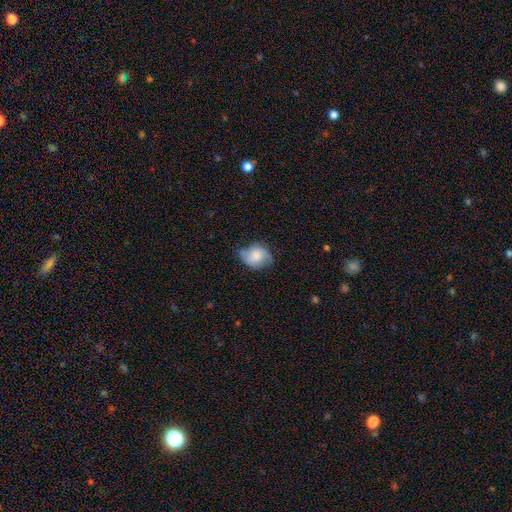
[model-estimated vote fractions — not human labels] Q: Smooth or featured?
A: smooth (58%); runner-up: featured or disk (34%)
Q: How rounded?
A: round (52%); runner-up: in between (47%)
Q: Merging?
A: none (53%); runner-up: minor disturbance (36%)